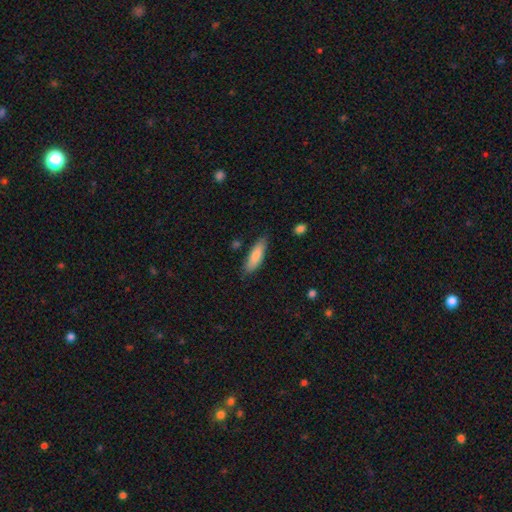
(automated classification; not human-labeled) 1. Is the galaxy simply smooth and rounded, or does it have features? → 82% smooth, 13% featured or disk, 6% star or artifact.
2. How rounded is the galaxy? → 50% in between, 49% cigar-shaped, 2% round.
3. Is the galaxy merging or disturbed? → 80% none, 16% minor disturbance, 3% major disturbance, 2% merger.